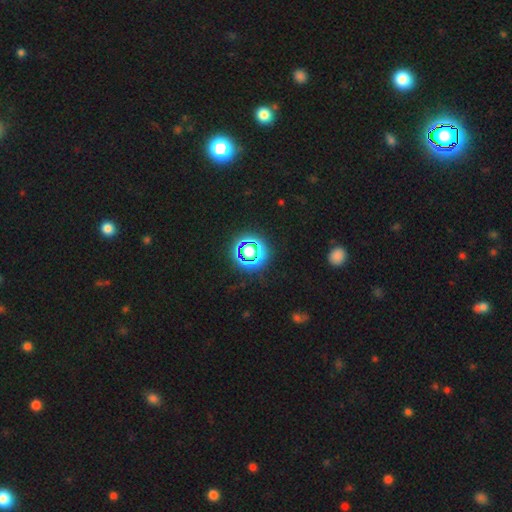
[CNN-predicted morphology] type=star or artifact (76%).